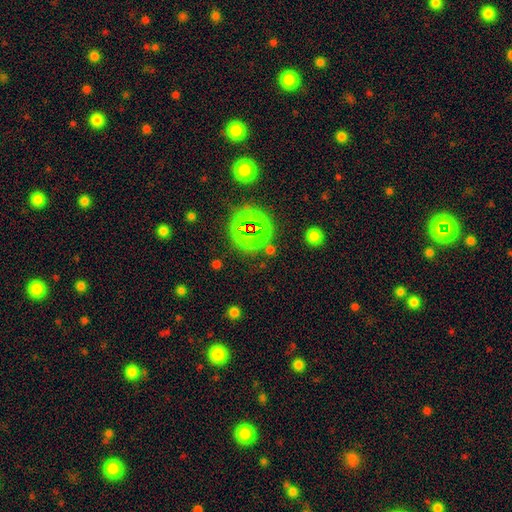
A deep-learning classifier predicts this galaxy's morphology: Q: Smooth or featured?
A: star or artifact (65%); runner-up: smooth (23%)